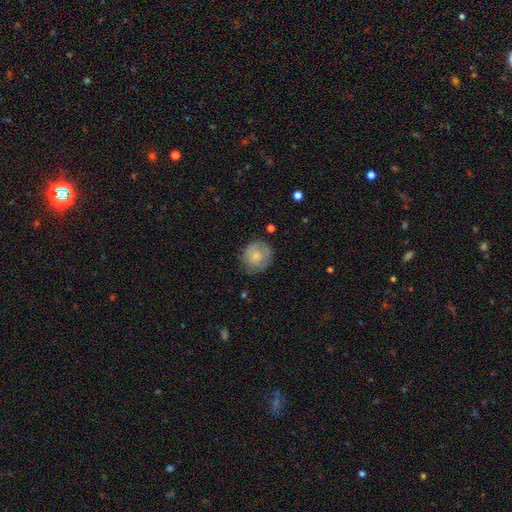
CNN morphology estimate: smooth_or_featured: smooth (p=0.65) [alt: featured or disk p=0.28]
how_rounded: round (p=0.85) [alt: in between p=0.14]
merging: none (p=0.70) [alt: minor disturbance p=0.22]